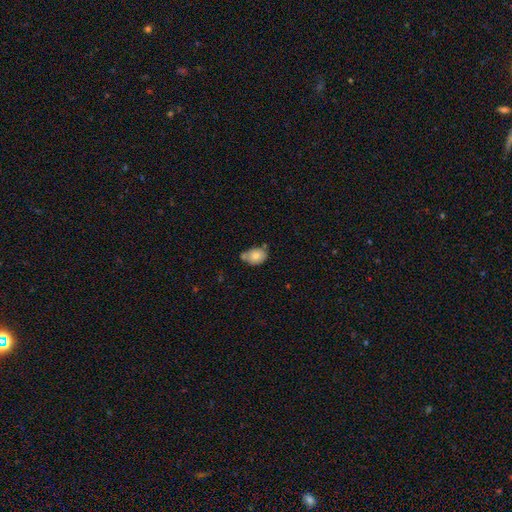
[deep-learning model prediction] This is likely a smooth galaxy (74%). How rounded: likely in between (66%). Merging: possibly none (50%).